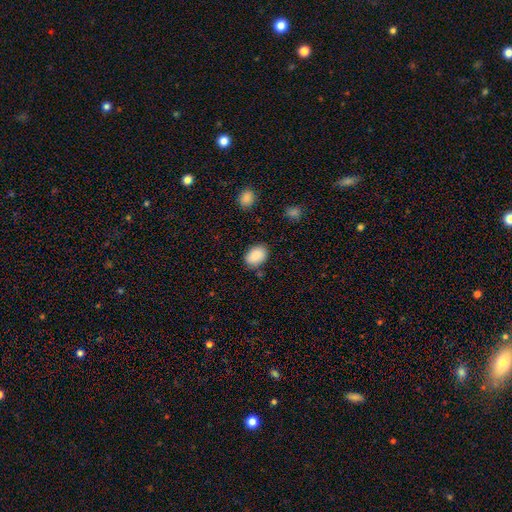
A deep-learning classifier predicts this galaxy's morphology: Smooth or featured: smooth — 89% (star or artifact — 7%)
How rounded: in between — 82% (round — 17%)
Merging: none — 79% (minor disturbance — 15%)